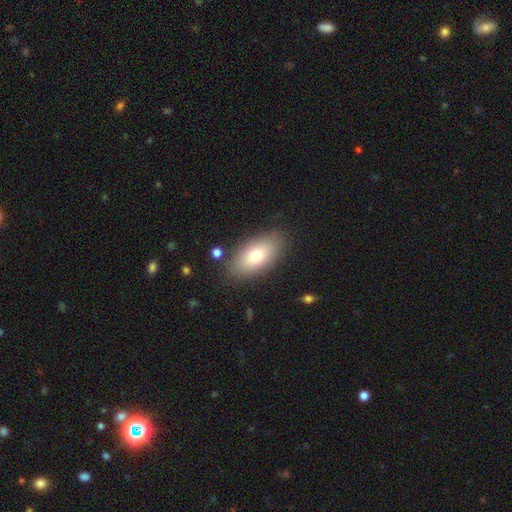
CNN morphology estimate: Smooth or featured? Predicted: smooth (p=0.74). How rounded? Predicted: in between (p=0.91). Merging? Predicted: none (p=0.84).